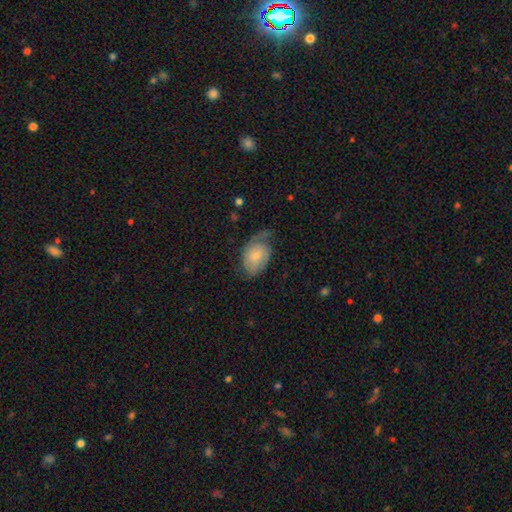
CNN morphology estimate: Q: Smooth or featured?
A: featured or disk (50%); runner-up: smooth (44%)
Q: Merging?
A: none (40%); runner-up: minor disturbance (33%)